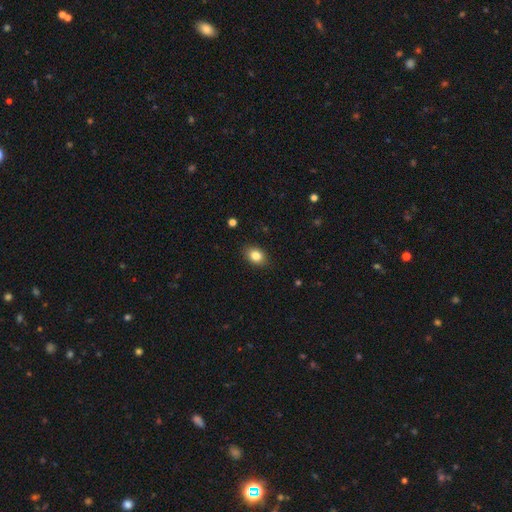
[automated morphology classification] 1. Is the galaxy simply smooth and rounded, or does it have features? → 83% smooth, 9% star or artifact, 7% featured or disk.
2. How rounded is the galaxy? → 68% in between, 31% round, 1% cigar-shaped.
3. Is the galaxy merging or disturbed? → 88% none, 9% minor disturbance, 2% major disturbance, 1% merger.